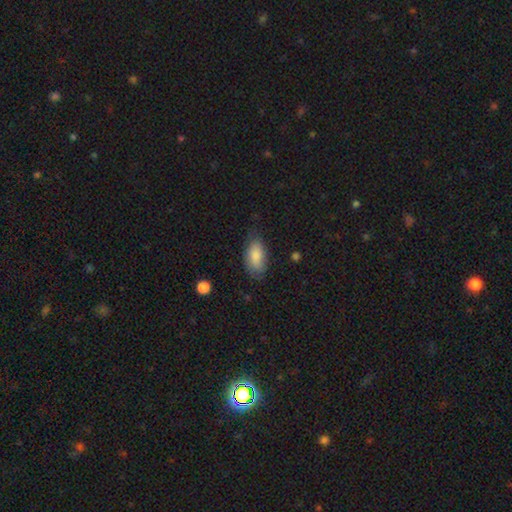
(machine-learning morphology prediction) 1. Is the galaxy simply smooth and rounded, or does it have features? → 85% smooth, 9% featured or disk, 6% star or artifact.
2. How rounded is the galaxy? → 91% in between, 6% cigar-shaped, 3% round.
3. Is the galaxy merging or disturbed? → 72% none, 22% minor disturbance, 5% major disturbance, 1% merger.